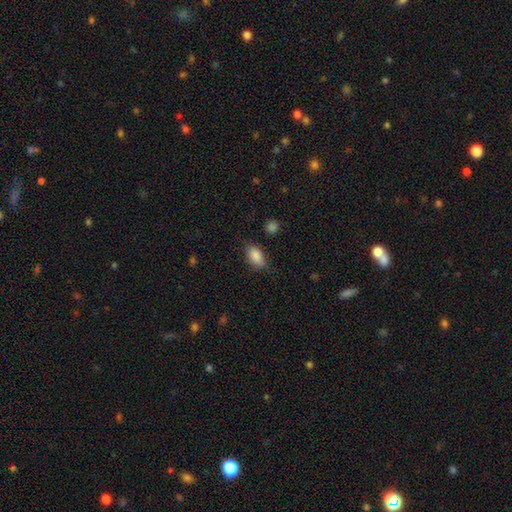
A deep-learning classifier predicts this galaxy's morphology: This appears to be a smooth galaxy with no disk features (87%) that is in between round and cigar-shaped (89%). Merging: none (73%).